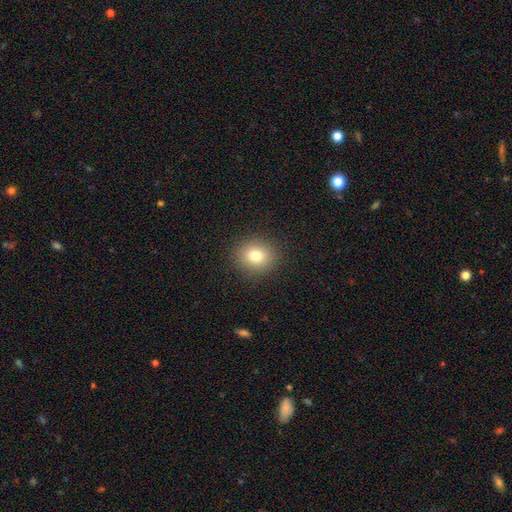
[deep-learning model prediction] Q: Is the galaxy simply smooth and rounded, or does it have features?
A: smooth — 78%.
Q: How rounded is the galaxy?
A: round — 80%.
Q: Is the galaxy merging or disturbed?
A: none — 90%.